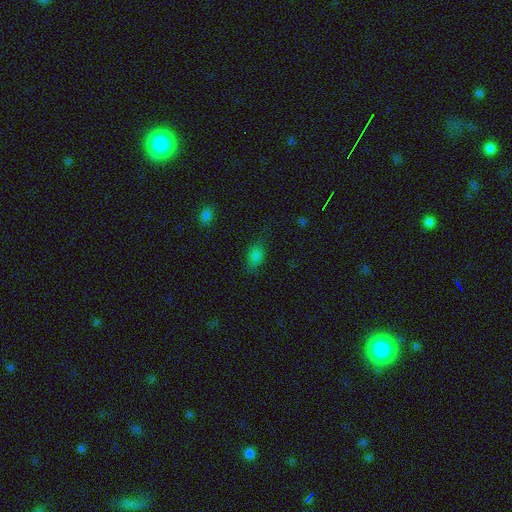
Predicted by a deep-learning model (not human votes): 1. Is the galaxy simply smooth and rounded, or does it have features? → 79% smooth, 15% star or artifact, 6% featured or disk.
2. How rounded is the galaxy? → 84% in between, 13% round, 3% cigar-shaped.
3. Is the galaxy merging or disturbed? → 68% none, 23% minor disturbance, 7% major disturbance, 2% merger.